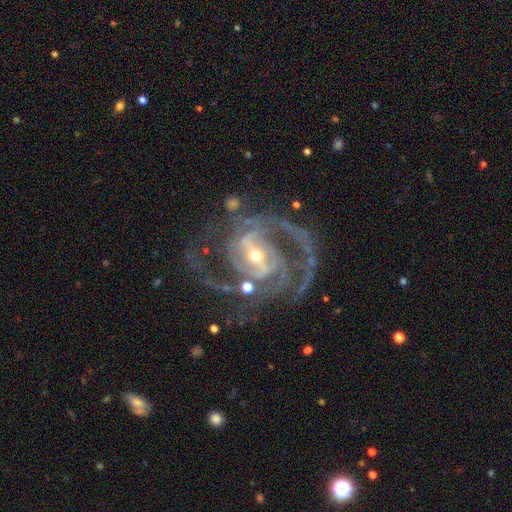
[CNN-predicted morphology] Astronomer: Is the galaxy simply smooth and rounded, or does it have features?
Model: featured or disk — 92%.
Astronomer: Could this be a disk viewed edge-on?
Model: no — 98%.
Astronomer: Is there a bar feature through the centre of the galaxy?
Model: strong — 45% (runner-up: weak, 38%).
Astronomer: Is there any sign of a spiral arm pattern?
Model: yes — 98%.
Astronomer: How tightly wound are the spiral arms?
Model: medium — 51% (runner-up: tight, 35%).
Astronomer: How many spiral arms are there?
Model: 2 — 36% (runner-up: 3, 27%).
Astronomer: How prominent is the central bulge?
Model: small — 60%.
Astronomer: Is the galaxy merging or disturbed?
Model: none — 55%.